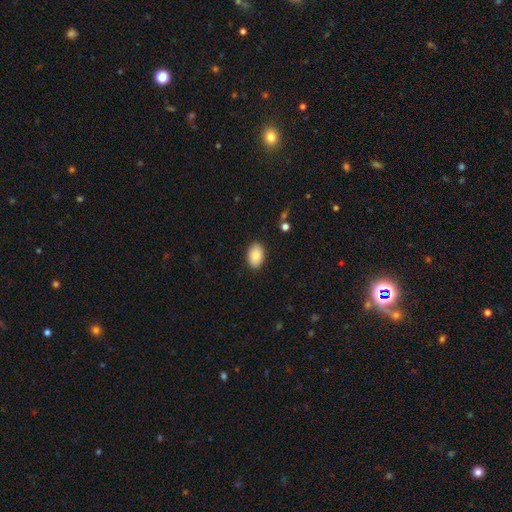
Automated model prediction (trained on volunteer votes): A smooth galaxy with no disk features (86%) that is in between round and cigar-shaped (91%).

Vote fractions:
- Smooth or featured? smooth: 86% / star or artifact: 7% / featured or disk: 7%
- How rounded? in between: 91% / round: 8% / cigar-shaped: 1%
- Merging? none: 89% / minor disturbance: 8% / major disturbance: 2% / merger: 1%